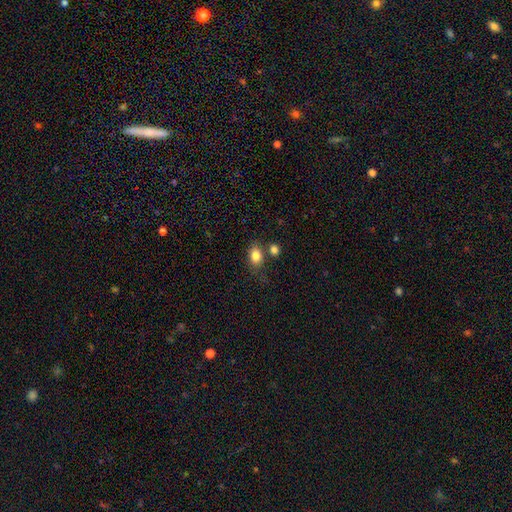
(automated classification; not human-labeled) Smooth or featured: smooth — 83% (star or artifact — 9%)
How rounded: in between — 71% (round — 28%)
Merging: none — 65% (merger — 16%)